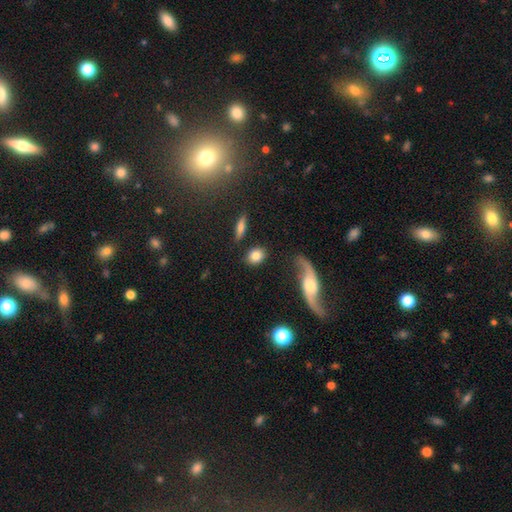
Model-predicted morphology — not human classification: smooth-or-featured: smooth: 81% | featured or disk: 12% | star or artifact: 7%
  how-rounded: in between: 51% | round: 45% | cigar-shaped: 4%
  merging: none: 77% | minor disturbance: 12% | merger: 6% | major disturbance: 6%